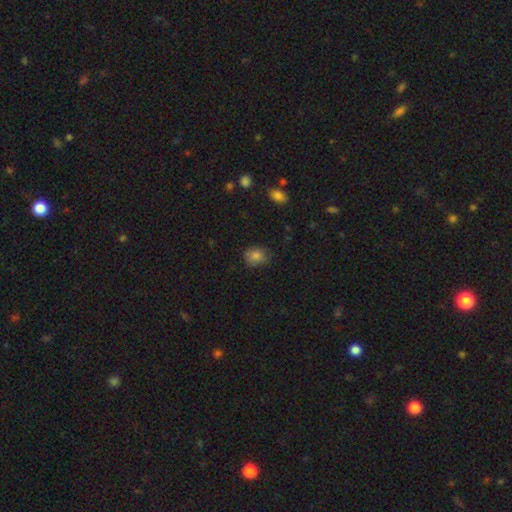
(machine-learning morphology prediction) Smooth or featured: smooth — 80% (star or artifact — 11%)
How rounded: round — 55% (in between — 44%)
Merging: none — 69% (minor disturbance — 24%)